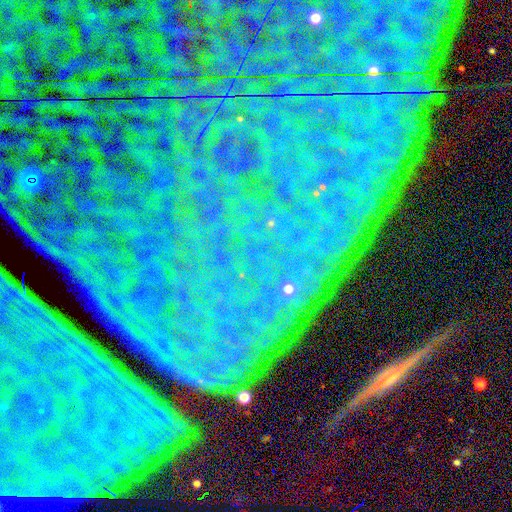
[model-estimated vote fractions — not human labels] This appears to be a star or artifact, not a galaxy (82%).